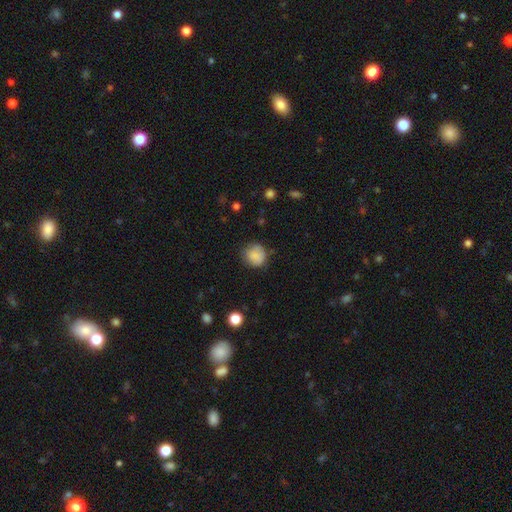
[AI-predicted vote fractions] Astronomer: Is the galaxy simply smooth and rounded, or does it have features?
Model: smooth — 83%.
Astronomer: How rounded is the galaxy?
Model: round — 80%.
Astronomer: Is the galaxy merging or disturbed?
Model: none — 68%.